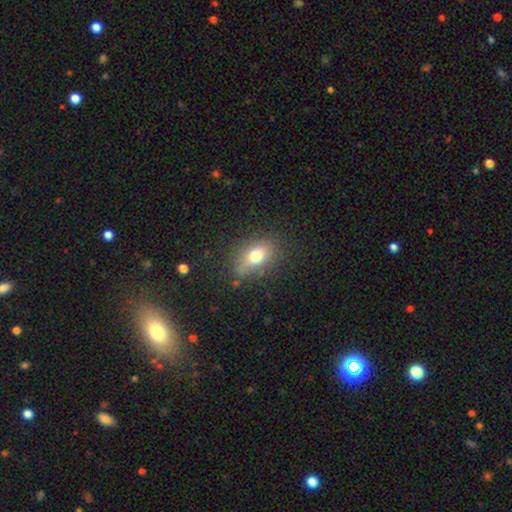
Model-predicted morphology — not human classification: Smooth or featured? smooth (71%)
How rounded? in between (75%)
Merging? none (74%)